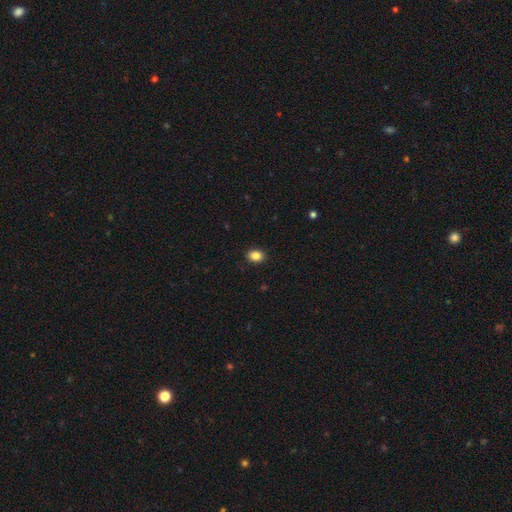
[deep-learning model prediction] A smooth galaxy with no disk features (86%) that is in between round and cigar-shaped (61%).

Vote fractions:
- Smooth or featured? smooth: 86% / star or artifact: 10% / featured or disk: 5%
- How rounded? in between: 61% / round: 38% / cigar-shaped: 1%
- Merging? none: 90% / minor disturbance: 7% / major disturbance: 2% / merger: 1%